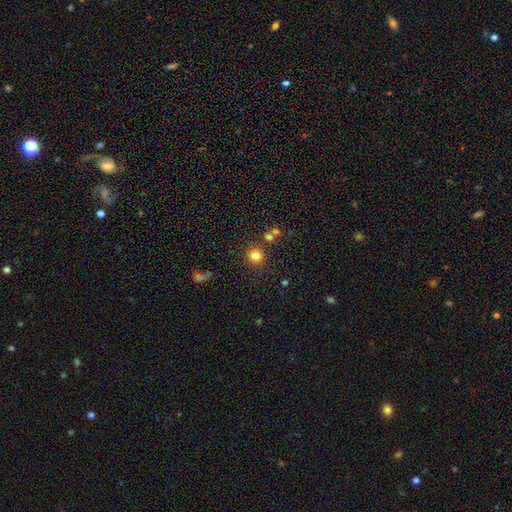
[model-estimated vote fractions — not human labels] This appears to be a smooth galaxy with no disk features (80%) that is round (94%). Merging: none (82%).